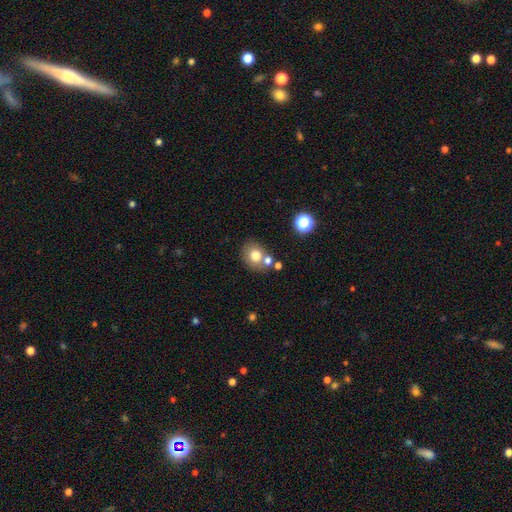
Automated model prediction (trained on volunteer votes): smooth_or_featured: smooth (p=0.74) [alt: featured or disk p=0.15]
how_rounded: round (p=0.62) [alt: in between p=0.37]
merging: none (p=0.62) [alt: merger p=0.21]